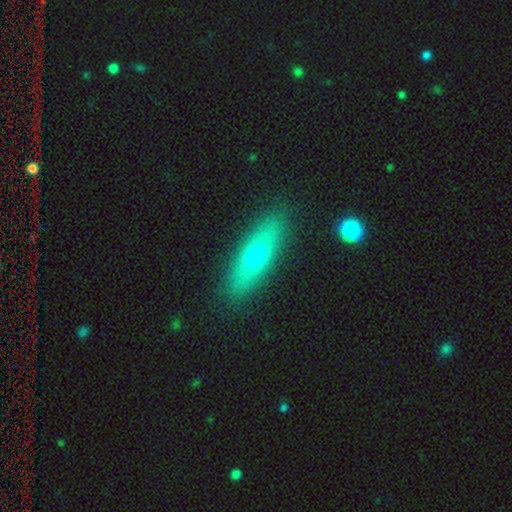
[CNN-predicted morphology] smooth-or-featured: smooth: 63% | featured or disk: 30% | star or artifact: 7%
  how-rounded: cigar-shaped: 64% | in between: 33% | round: 3%
  merging: none: 89% | minor disturbance: 8% | major disturbance: 2% | merger: 1%